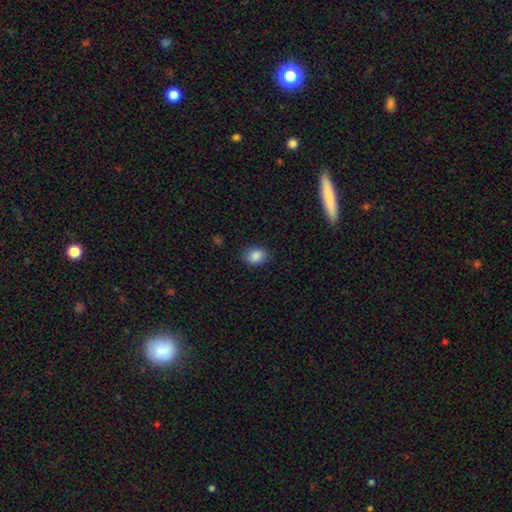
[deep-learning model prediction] Overall: smooth (87%). How rounded: in between (56%; round 43%). Merging: none (82%).